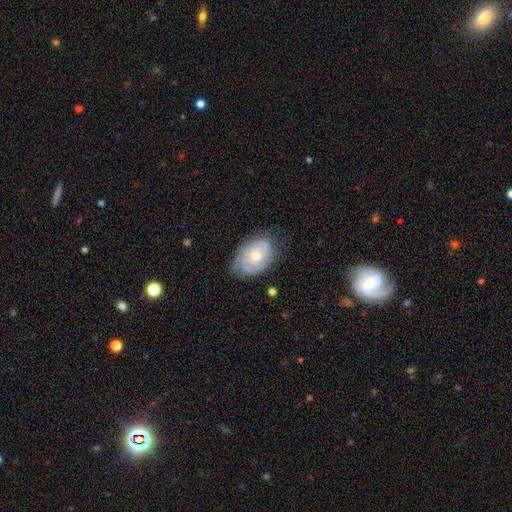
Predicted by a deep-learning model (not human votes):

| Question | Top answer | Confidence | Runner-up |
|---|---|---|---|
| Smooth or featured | featured or disk | 78% | smooth (16%) |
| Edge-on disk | no | 97% | yes (3%) |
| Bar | no | 73% | weak (24%) |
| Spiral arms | yes | 93% | no (7%) |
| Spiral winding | tight | 70% | medium (25%) |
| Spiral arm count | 2 | 32% | tied: can't tell (32%) |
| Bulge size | moderate | 51% | small (45%) |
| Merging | none | 72% | minor disturbance (21%) |